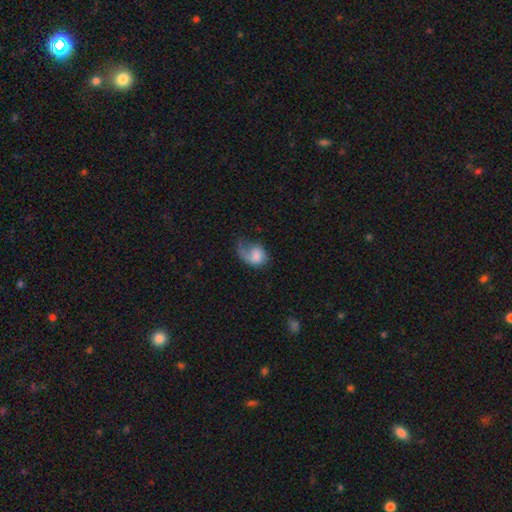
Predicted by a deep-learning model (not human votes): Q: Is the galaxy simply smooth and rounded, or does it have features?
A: smooth — 59%.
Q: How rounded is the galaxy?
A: in between — 65%.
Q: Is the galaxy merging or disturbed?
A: major disturbance — 48%.